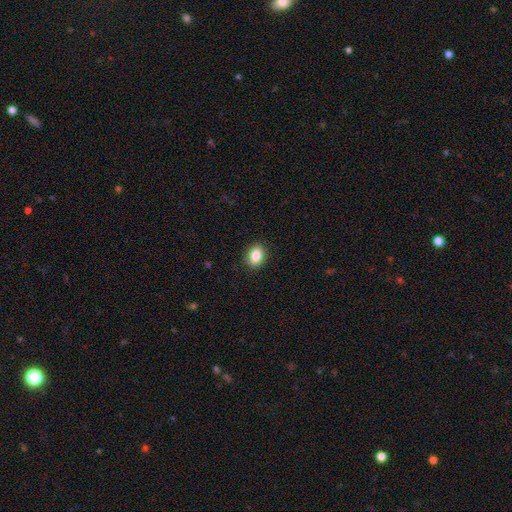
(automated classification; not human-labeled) This is clearly a smooth galaxy (86%). How rounded: likely in between (74%). Merging: clearly none (89%).